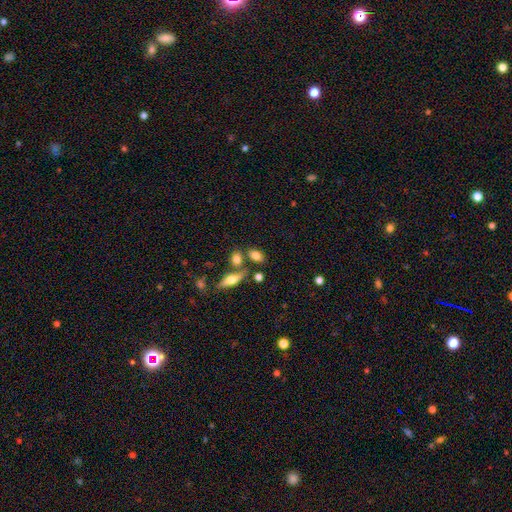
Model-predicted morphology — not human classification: Smooth or featured: smooth — 76% (featured or disk — 15%)
How rounded: in between — 82% (round — 11%)
Merging: none — 64% (merger — 20%)